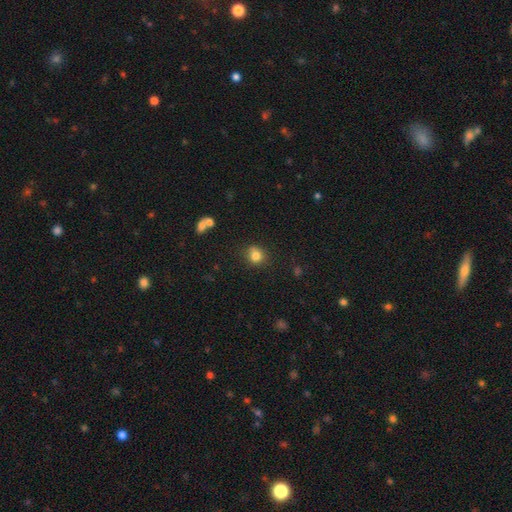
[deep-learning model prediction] Smooth or featured?
  - smooth: 81% *
  - star or artifact: 12%
  - featured or disk: 7%
How rounded?
  - round: 79% *
  - in between: 20%
  - cigar-shaped: 1%
Merging?
  - none: 74% *
  - minor disturbance: 16%
  - merger: 7%
  - major disturbance: 4%